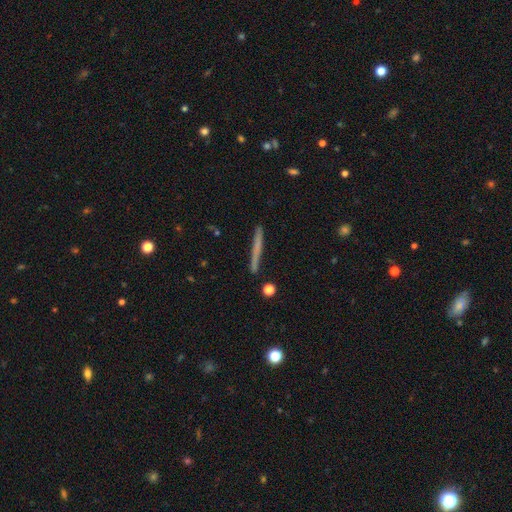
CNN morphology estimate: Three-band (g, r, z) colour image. It shows a featured or disk galaxy (44%). Merging: none (85%).